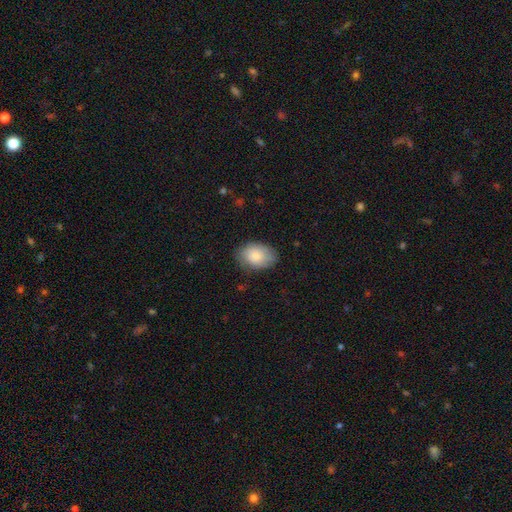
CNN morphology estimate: smooth-or-featured: smooth: 83% | featured or disk: 11% | star or artifact: 6%
  how-rounded: in between: 84% | round: 15% | cigar-shaped: 1%
  merging: none: 74% | minor disturbance: 20% | major disturbance: 4% | merger: 1%